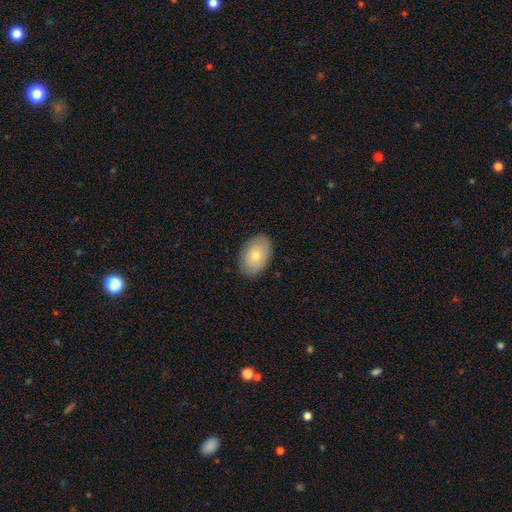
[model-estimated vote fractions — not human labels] smooth 68%, featured or disk 25%, star or artifact 7%. Down the decision tree: how rounded — in between (86%); merging — none (87%).